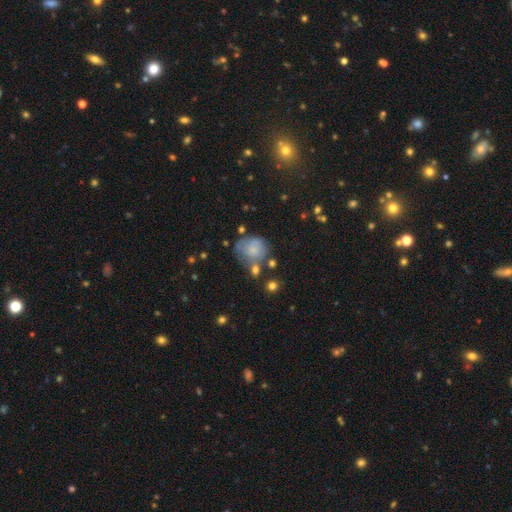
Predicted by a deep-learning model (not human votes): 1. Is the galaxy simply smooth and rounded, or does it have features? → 47% smooth, 27% featured or disk, 26% star or artifact.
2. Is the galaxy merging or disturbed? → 66% none, 18% minor disturbance, 9% merger, 8% major disturbance.